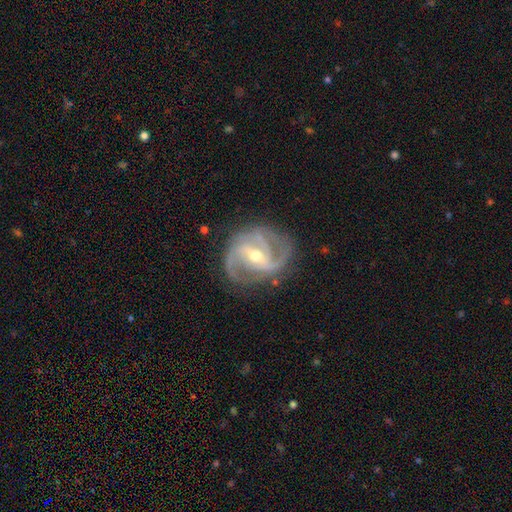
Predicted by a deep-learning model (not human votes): A featured or disk galaxy (92%) with a strong bar (42%, tied with weak), 2 (39%, tied with 3) medium (53%) spiral arms (98%) and a moderate central bulge (57%). Merging: none (76%).